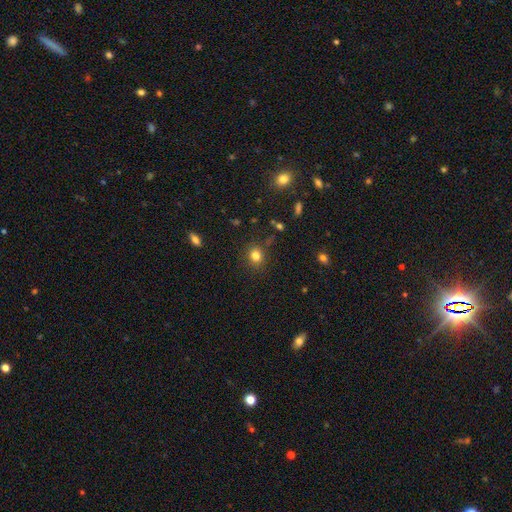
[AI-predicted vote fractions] This appears to be a smooth galaxy with no disk features (80%) that is round (75%). Merging: none (84%).